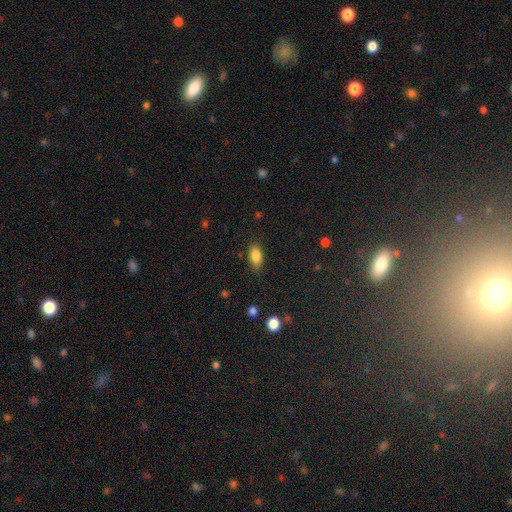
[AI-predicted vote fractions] A smooth galaxy with no disk features (85%) that is in between round and cigar-shaped (88%). Merging: none (82%).